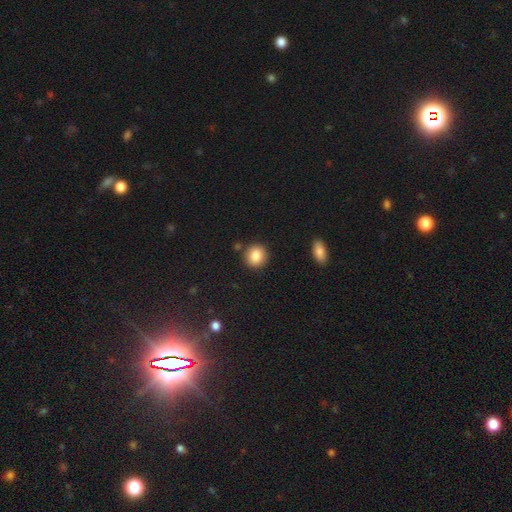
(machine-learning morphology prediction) smooth 86%, star or artifact 8%, featured or disk 6%. Down the decision tree: how rounded — round (86%); merging — none (86%).